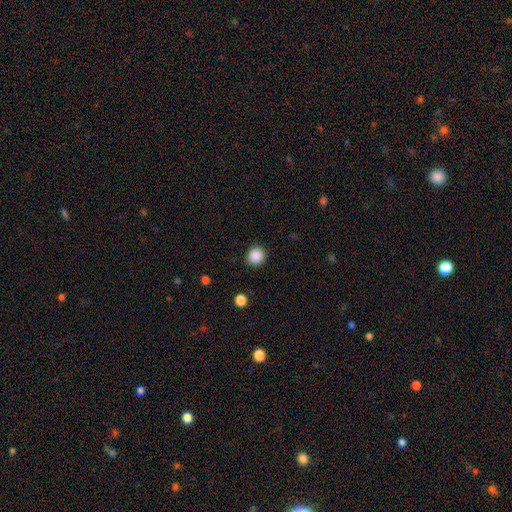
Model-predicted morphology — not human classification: smooth_or_featured: smooth (p=0.88) [alt: star or artifact p=0.09]
how_rounded: round (p=0.87) [alt: in between p=0.13]
merging: none (p=0.89) [alt: minor disturbance p=0.07]